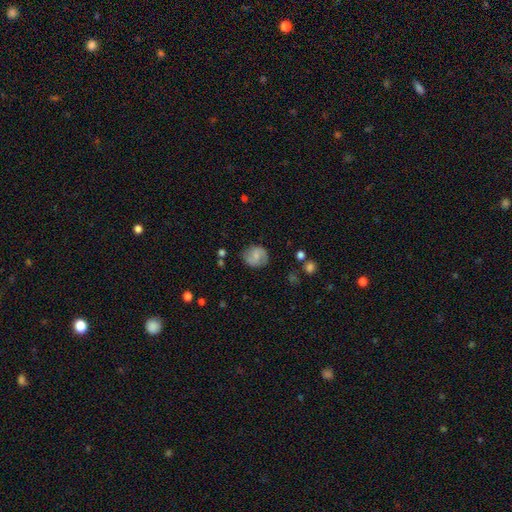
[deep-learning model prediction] smooth-or-featured: smooth: 55% | featured or disk: 38% | star or artifact: 8%
  how-rounded: round: 77% | in between: 22% | cigar-shaped: 1%
  merging: none: 80% | minor disturbance: 15% | major disturbance: 4% | merger: 2%